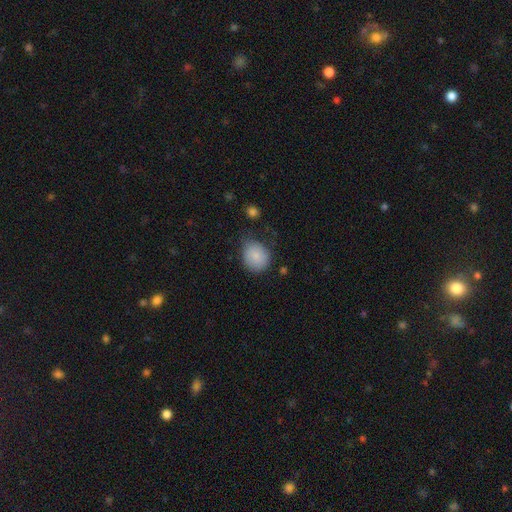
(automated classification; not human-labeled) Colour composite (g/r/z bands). It shows a smooth galaxy with no disk features (83%) that is round (69%). Merging: none (58%).